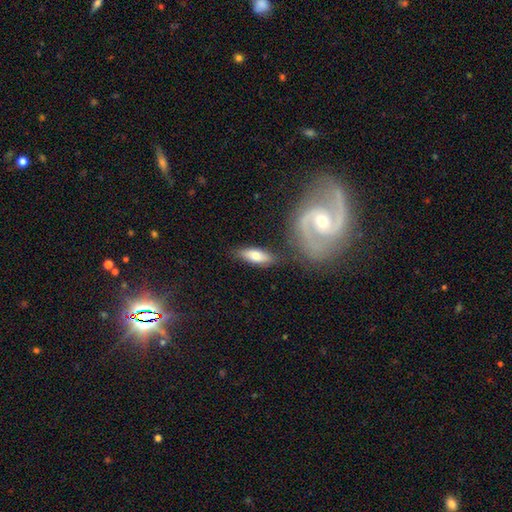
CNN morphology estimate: smooth-or-featured: smooth: 68% | featured or disk: 26% | star or artifact: 6%
  how-rounded: in between: 62% | cigar-shaped: 35% | round: 3%
  merging: none: 73% | minor disturbance: 15% | merger: 8% | major disturbance: 4%